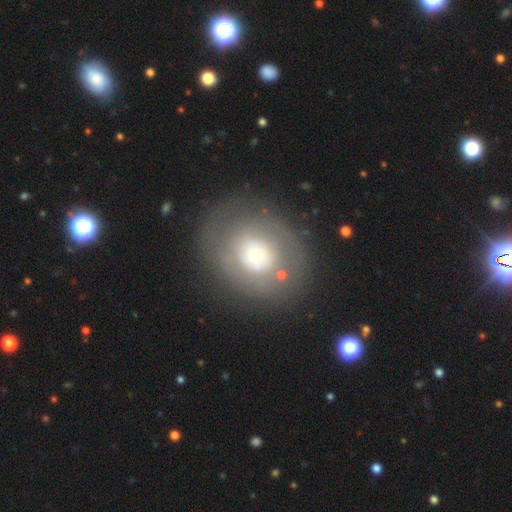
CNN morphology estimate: Smooth or featured?
  - smooth: 47% *
  - featured or disk: 44%
  - star or artifact: 9%
Merging?
  - none: 72% *
  - minor disturbance: 14%
  - major disturbance: 10%
  - merger: 3%